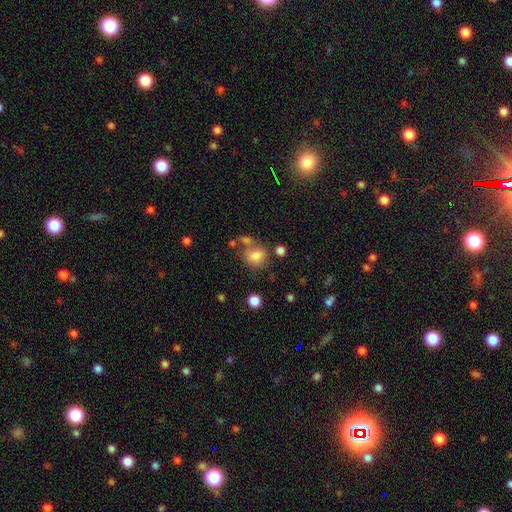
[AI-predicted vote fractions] smooth_or_featured: smooth (p=0.77) [alt: star or artifact p=0.12]
how_rounded: round (p=0.52) [alt: in between p=0.47]
merging: none (p=0.50) [alt: merger p=0.22]